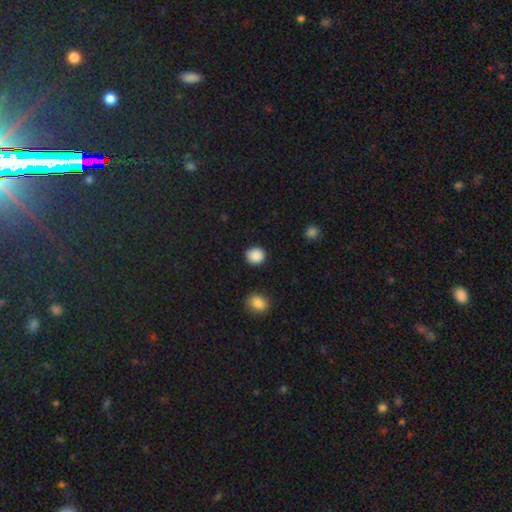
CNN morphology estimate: Smooth or featured? Predicted: smooth (p=0.89). How rounded? Predicted: round (p=0.83). Merging? Predicted: none (p=0.90).